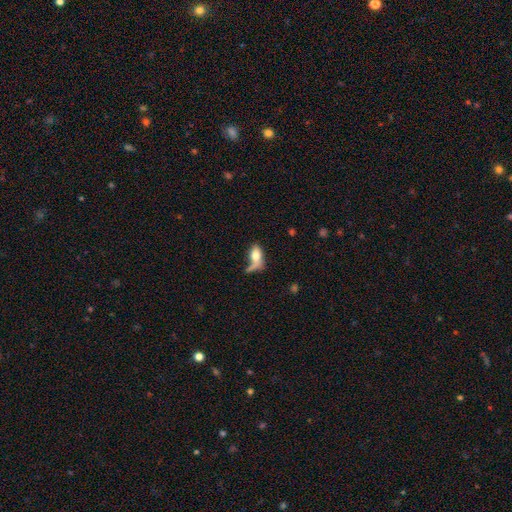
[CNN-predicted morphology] Q: Smooth or featured?
A: smooth (70%); runner-up: featured or disk (21%)
Q: How rounded?
A: in between (81%); runner-up: round (10%)
Q: Merging?
A: none (30%); runner-up: merger (28%)